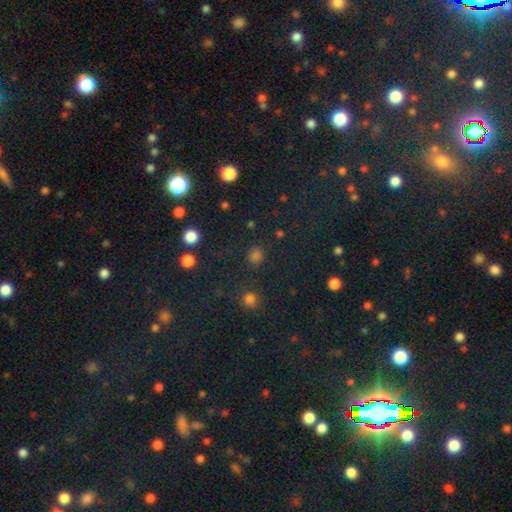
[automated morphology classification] Q: Smooth or featured?
A: smooth (65%); runner-up: star or artifact (30%)
Q: How rounded?
A: round (87%); runner-up: in between (12%)
Q: Merging?
A: none (86%); runner-up: minor disturbance (8%)